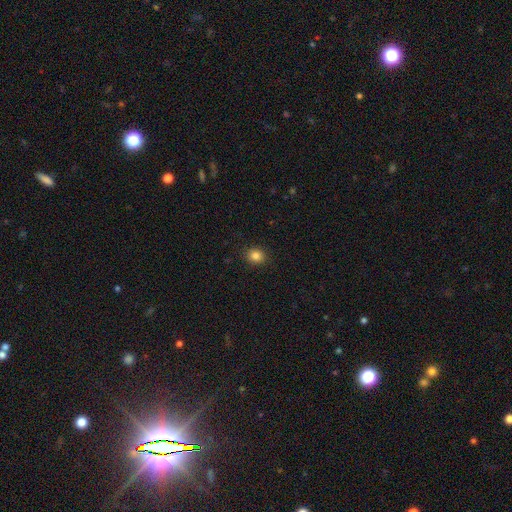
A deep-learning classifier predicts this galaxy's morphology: Smooth or featured?
  - smooth: 84% *
  - star or artifact: 11%
  - featured or disk: 4%
How rounded?
  - round: 74% *
  - in between: 25%
  - cigar-shaped: 1%
Merging?
  - none: 91% *
  - minor disturbance: 7%
  - major disturbance: 2%
  - merger: 1%